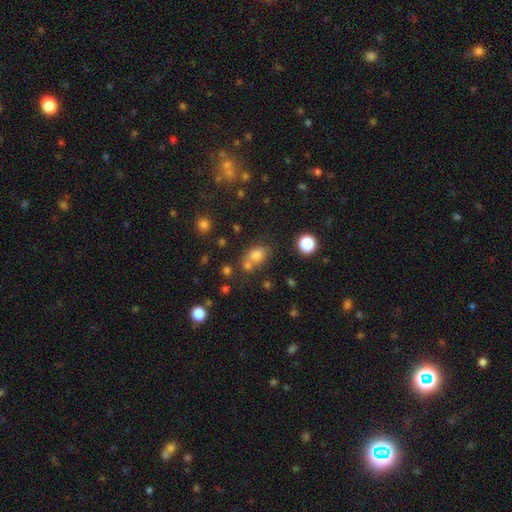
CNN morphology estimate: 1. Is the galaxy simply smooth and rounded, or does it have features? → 71% smooth, 18% star or artifact, 11% featured or disk.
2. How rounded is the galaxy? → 58% in between, 40% round, 2% cigar-shaped.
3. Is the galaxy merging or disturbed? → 53% none, 29% merger, 13% minor disturbance, 5% major disturbance.